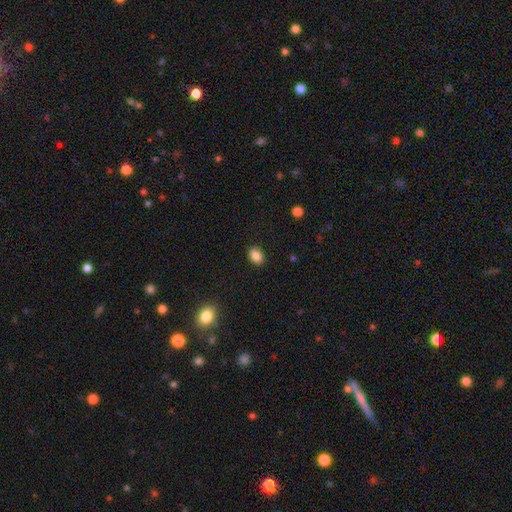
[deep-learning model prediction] This is clearly a smooth galaxy (87%). How rounded: likely in between (79%). Merging: clearly none (89%).